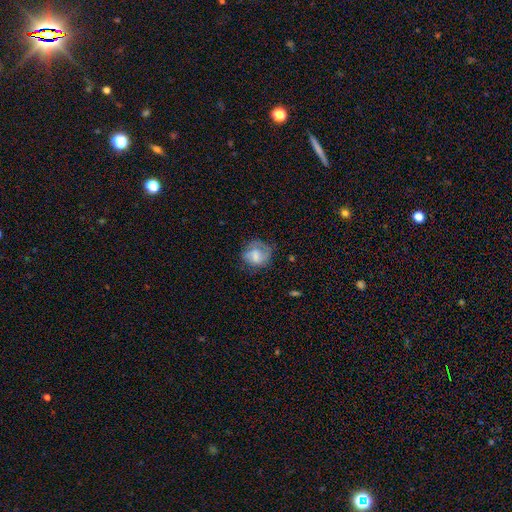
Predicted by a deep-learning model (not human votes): smooth-or-featured: smooth: 46% | featured or disk: 45% | star or artifact: 9%
  merging: none: 52% | minor disturbance: 26% | major disturbance: 20% | merger: 2%